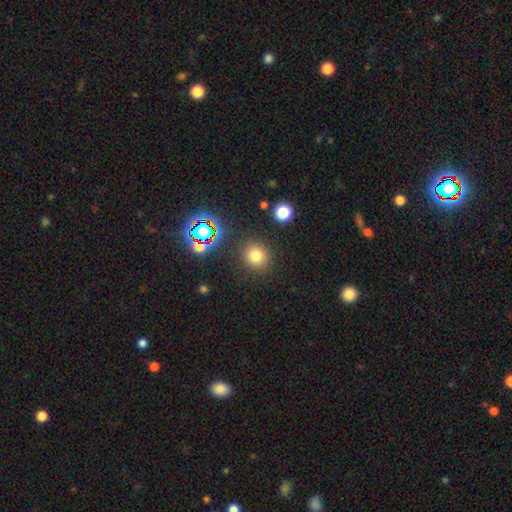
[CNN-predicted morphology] Q: Smooth or featured?
A: smooth (75%); runner-up: star or artifact (18%)
Q: How rounded?
A: round (91%); runner-up: in between (8%)
Q: Merging?
A: none (87%); runner-up: minor disturbance (7%)